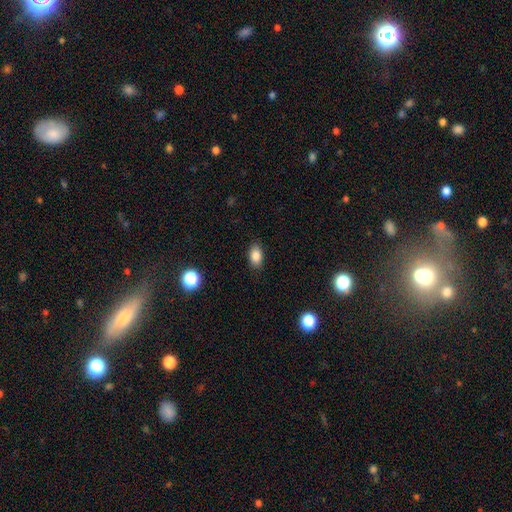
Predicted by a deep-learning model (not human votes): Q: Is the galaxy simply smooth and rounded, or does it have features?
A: smooth — 85%.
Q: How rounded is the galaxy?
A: in between — 86%.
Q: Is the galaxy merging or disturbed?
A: none — 87%.